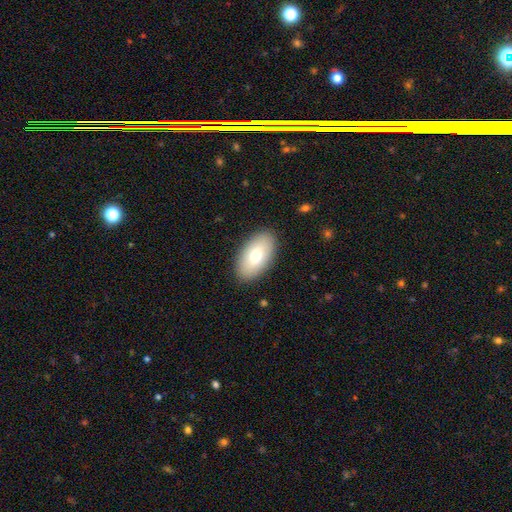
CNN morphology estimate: smooth 74%, featured or disk 19%, star or artifact 7%. Down the decision tree: how rounded — in between (94%); merging — none (89%).